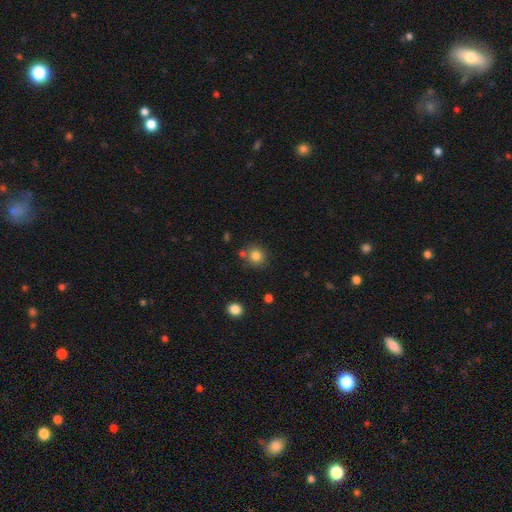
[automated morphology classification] This is clearly a smooth galaxy (81%). How rounded: clearly round (89%). Merging: likely none (74%).